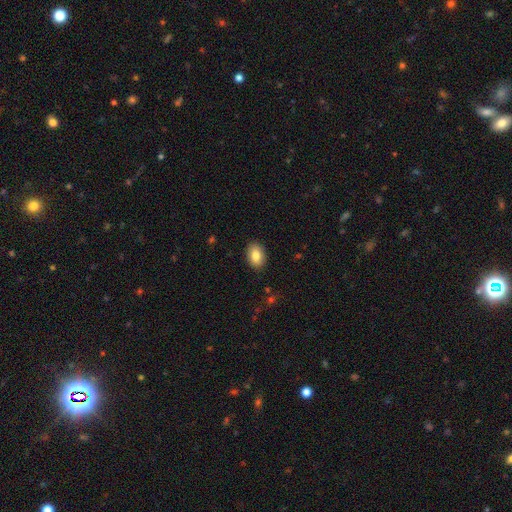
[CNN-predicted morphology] This appears to be a smooth galaxy with no disk features (84%) that is in between round and cigar-shaped (83%). Merging: none (89%).